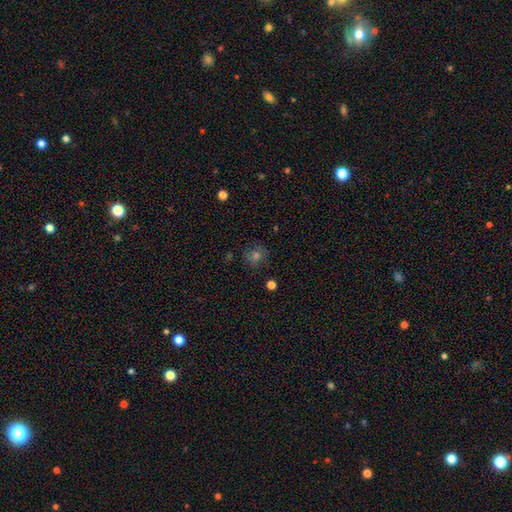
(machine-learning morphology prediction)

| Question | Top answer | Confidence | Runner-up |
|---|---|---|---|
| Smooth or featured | smooth | 62% | star or artifact (26%) |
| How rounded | round | 88% | in between (11%) |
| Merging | none | 83% | minor disturbance (11%) |